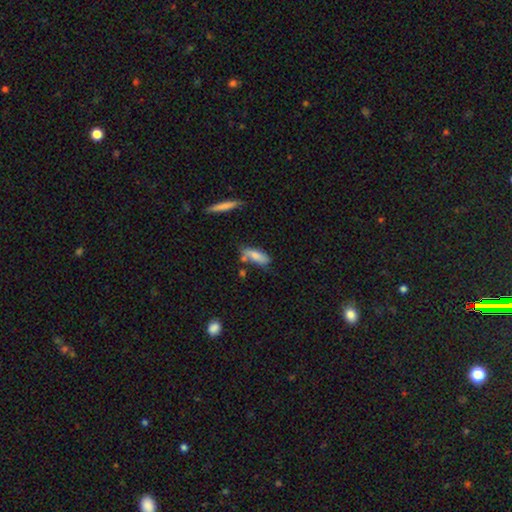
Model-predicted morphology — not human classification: smooth_or_featured: smooth (p=0.74) [alt: featured or disk p=0.19]
how_rounded: in between (p=0.61) [alt: cigar-shaped p=0.36]
merging: none (p=0.52) [alt: minor disturbance p=0.24]